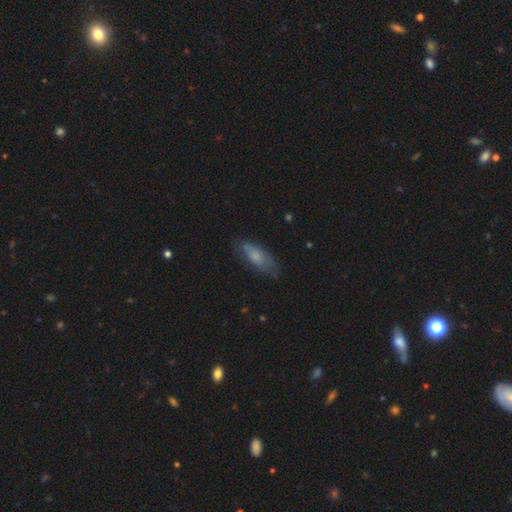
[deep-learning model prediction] The model was most divided on "how rounded": in between: 69%, cigar-shaped: 28%, round: 2%. More confident: smooth or featured — smooth (69%); merging — none (67%).